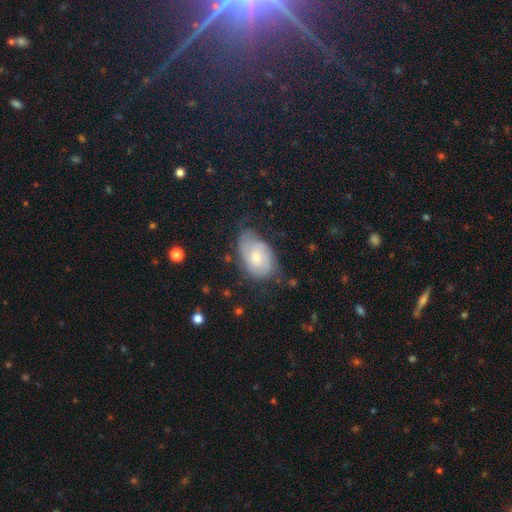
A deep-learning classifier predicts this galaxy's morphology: A smooth galaxy with no disk features (47%). Merging: none (53%).